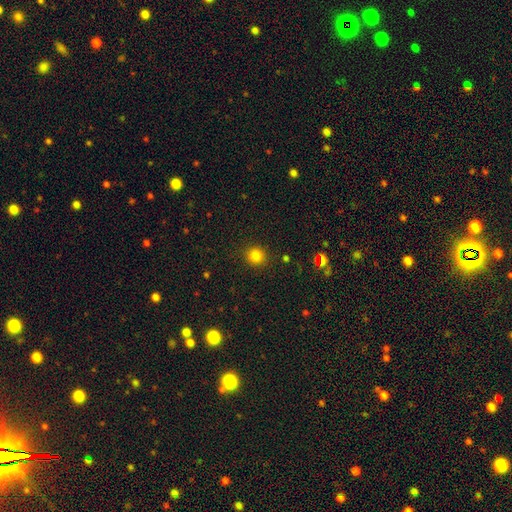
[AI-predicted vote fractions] Morphology: type=smooth (82%); roundness=round (90%); merging=none (90%).